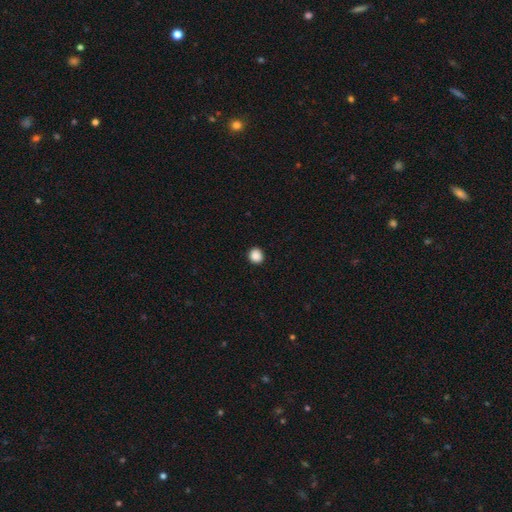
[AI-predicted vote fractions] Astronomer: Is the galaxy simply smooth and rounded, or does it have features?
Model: smooth — 89%.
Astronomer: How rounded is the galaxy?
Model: round — 84%.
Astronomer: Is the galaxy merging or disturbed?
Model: none — 92%.